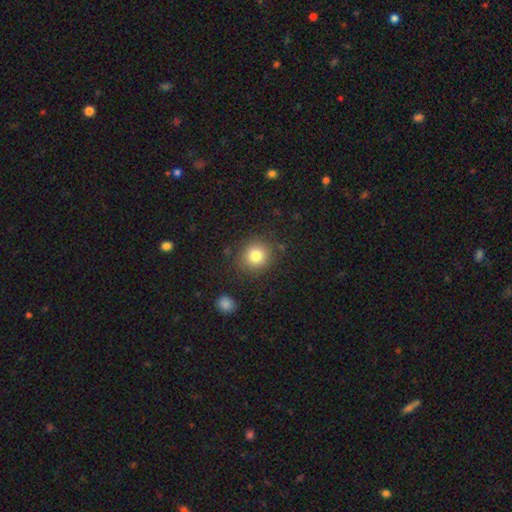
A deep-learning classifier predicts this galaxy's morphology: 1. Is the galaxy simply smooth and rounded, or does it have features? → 81% smooth, 11% star or artifact, 8% featured or disk.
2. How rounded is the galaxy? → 88% round, 11% in between, 1% cigar-shaped.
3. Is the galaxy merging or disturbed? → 85% none, 9% minor disturbance, 3% major disturbance, 2% merger.